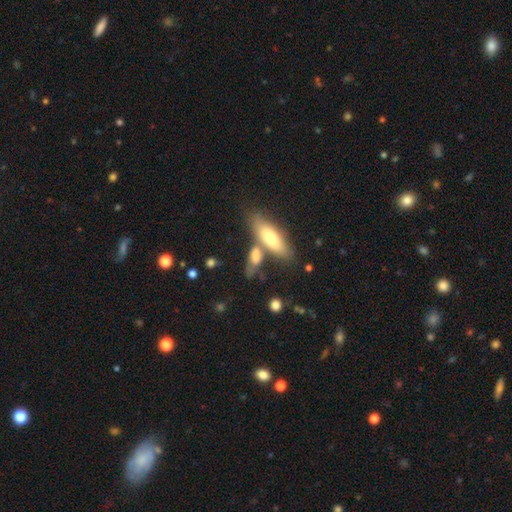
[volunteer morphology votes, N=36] smooth_or_featured: smooth (p=0.67) [alt: featured or disk p=0.33]
how_rounded: in between (p=0.79) [alt: cigar-shaped p=0.21]
merging: merger (p=0.64) [alt: none p=0.19]